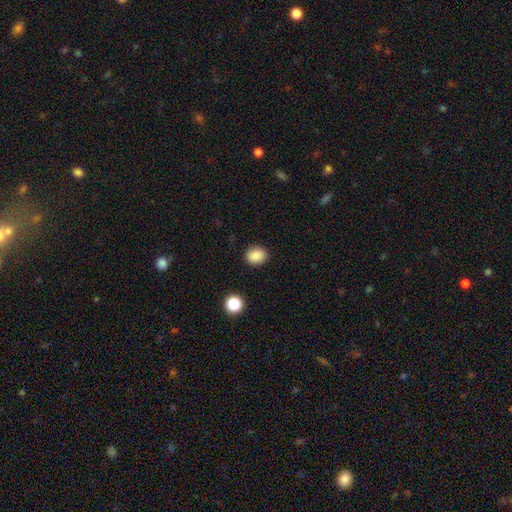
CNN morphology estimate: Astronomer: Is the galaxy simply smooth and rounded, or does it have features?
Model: smooth — 87%.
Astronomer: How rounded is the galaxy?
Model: round — 70%.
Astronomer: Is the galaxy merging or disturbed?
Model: none — 89%.